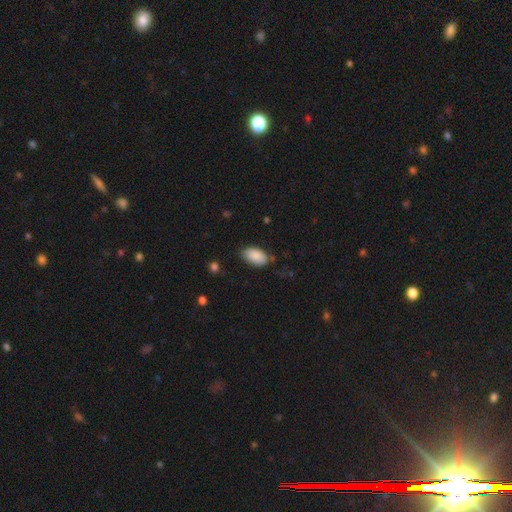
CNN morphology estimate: Smooth or featured?
  - smooth: 88% *
  - star or artifact: 6%
  - featured or disk: 6%
How rounded?
  - in between: 94% *
  - round: 4%
  - cigar-shaped: 2%
Merging?
  - none: 74% *
  - minor disturbance: 20%
  - major disturbance: 4%
  - merger: 2%